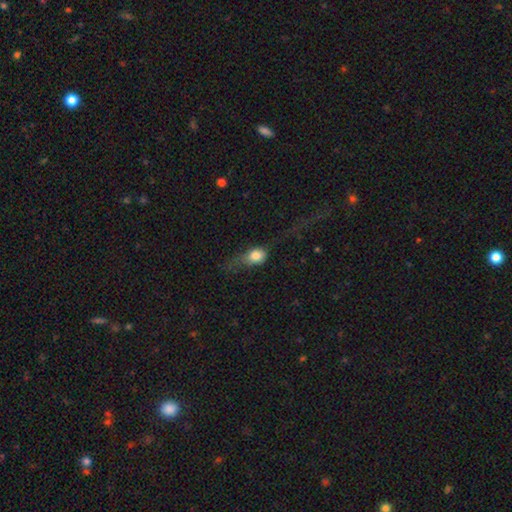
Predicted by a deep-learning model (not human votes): A smooth galaxy with no disk features (74%) that is in between round and cigar-shaped (58%).

Vote fractions:
- Smooth or featured? smooth: 74% / featured or disk: 17% / star or artifact: 9%
- How rounded? in between: 58% / round: 36% / cigar-shaped: 6%
- Merging? major disturbance: 44% / minor disturbance: 27% / none: 26% / merger: 4%